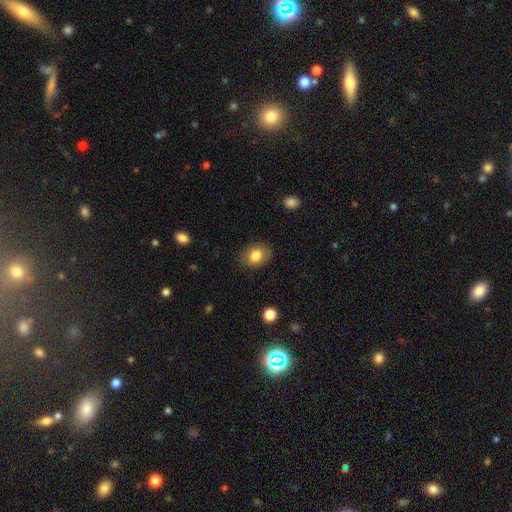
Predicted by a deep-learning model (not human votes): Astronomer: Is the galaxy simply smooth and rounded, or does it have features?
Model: smooth — 82%.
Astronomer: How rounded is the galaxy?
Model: in between — 50% (runner-up: round, 49%).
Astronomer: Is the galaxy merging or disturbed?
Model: none — 82%.